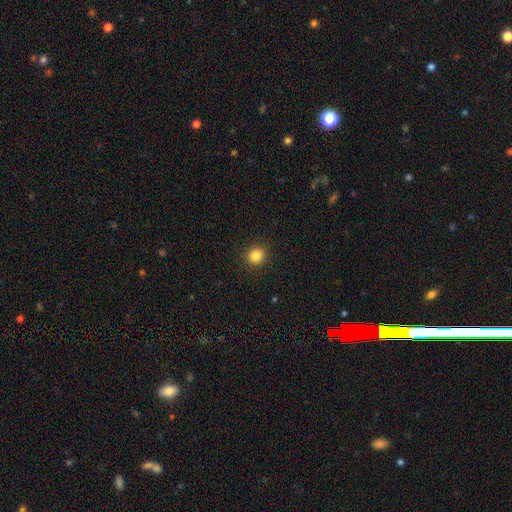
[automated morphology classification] smooth-or-featured: smooth: 84% | star or artifact: 11% | featured or disk: 4%
  how-rounded: round: 86% | in between: 13% | cigar-shaped: 1%
  merging: none: 91% | minor disturbance: 6% | major disturbance: 2% | merger: 1%